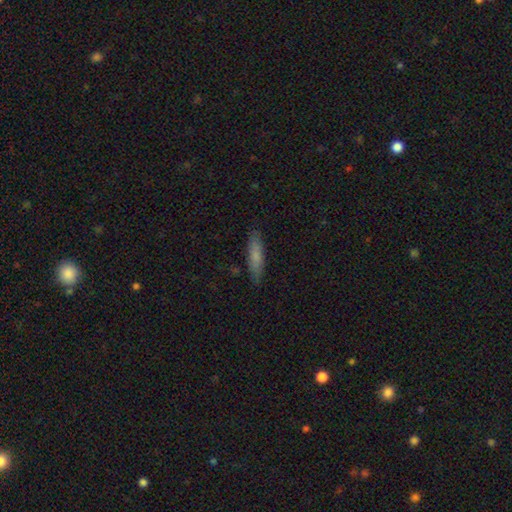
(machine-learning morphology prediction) Smooth or featured? Predicted: smooth (p=0.75). How rounded? Predicted: cigar-shaped (p=0.76). Merging? Predicted: none (p=0.84).